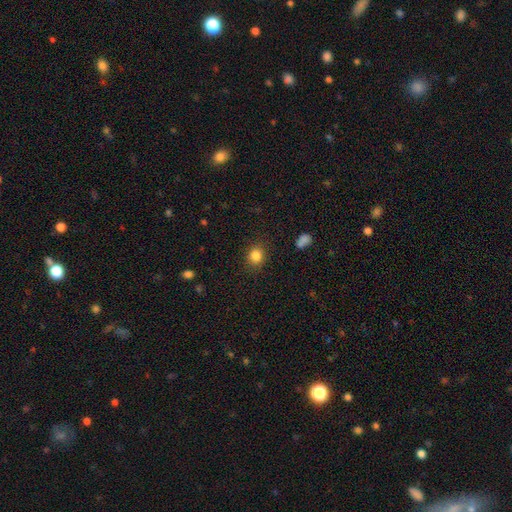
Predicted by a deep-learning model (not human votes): This appears to be a smooth galaxy with no disk features (84%) that is round (72%). Merging: none (87%).